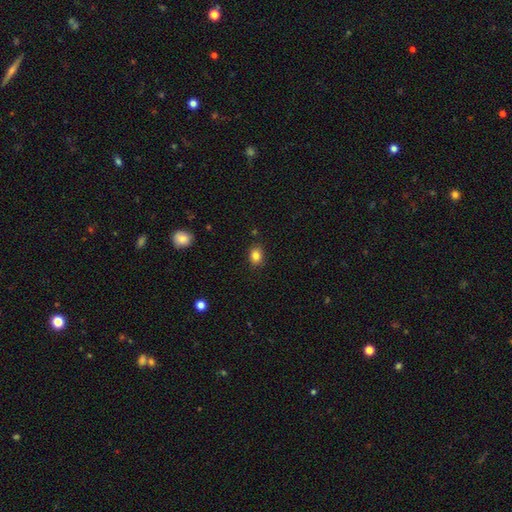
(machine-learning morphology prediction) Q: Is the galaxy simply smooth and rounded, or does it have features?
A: smooth — 84%.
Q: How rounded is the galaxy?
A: in between — 56%.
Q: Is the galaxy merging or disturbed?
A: none — 86%.